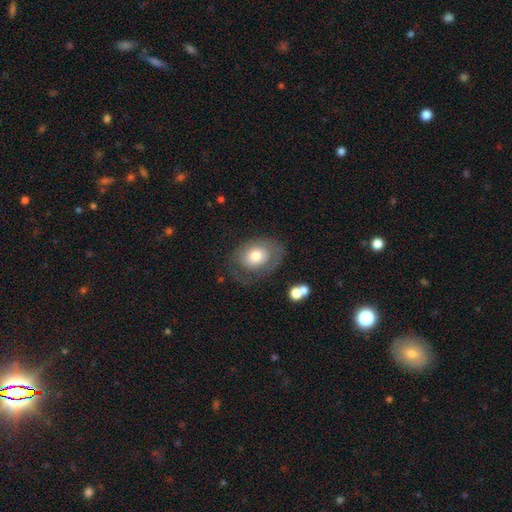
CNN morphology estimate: This is possibly a smooth galaxy (60%). How rounded: likely in between (67%). Merging: likely none (60%).